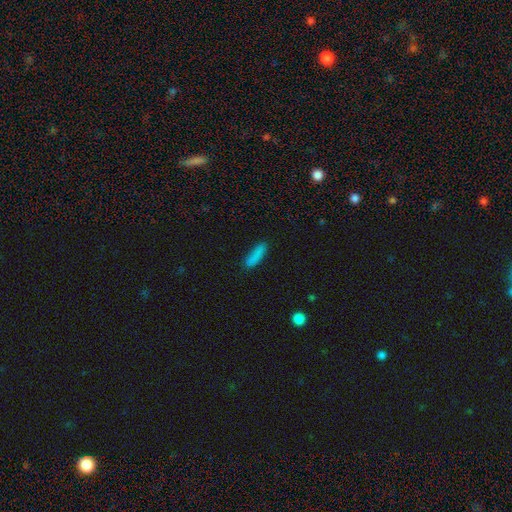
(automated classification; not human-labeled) Overall: smooth (85%). How rounded: cigar-shaped (71%). Merging: none (83%).